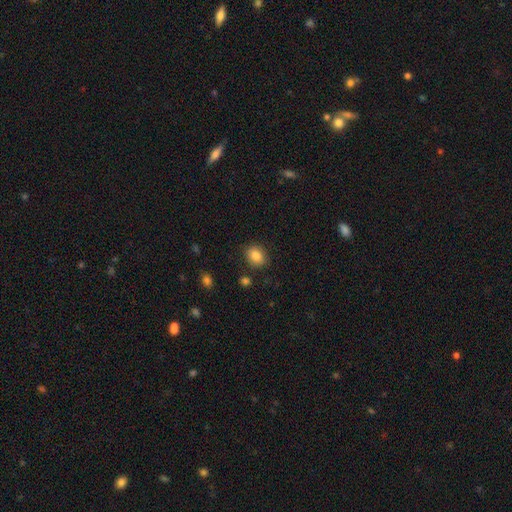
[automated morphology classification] Smooth or featured?
  - smooth: 84% *
  - star or artifact: 9%
  - featured or disk: 6%
How rounded?
  - round: 52% *
  - in between: 47%
  - cigar-shaped: 1%
Merging?
  - none: 85% *
  - minor disturbance: 10%
  - major disturbance: 3%
  - merger: 2%